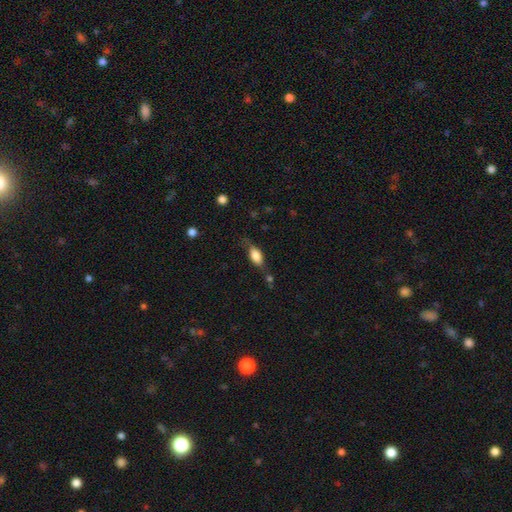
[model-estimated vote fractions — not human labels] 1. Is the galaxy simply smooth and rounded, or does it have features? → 75% smooth, 17% featured or disk, 8% star or artifact.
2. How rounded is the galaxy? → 84% in between, 11% cigar-shaped, 5% round.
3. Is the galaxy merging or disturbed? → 58% none, 27% minor disturbance, 11% major disturbance, 5% merger.